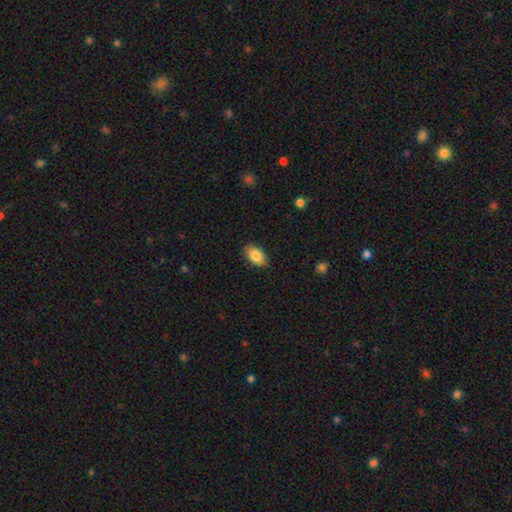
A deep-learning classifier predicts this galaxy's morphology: A smooth galaxy with no disk features (86%) that is in between round and cigar-shaped (93%).

Vote fractions:
- Smooth or featured? smooth: 86% / featured or disk: 7% / star or artifact: 7%
- How rounded? in between: 93% / round: 5% / cigar-shaped: 2%
- Merging? none: 87% / minor disturbance: 10% / major disturbance: 2% / merger: 1%